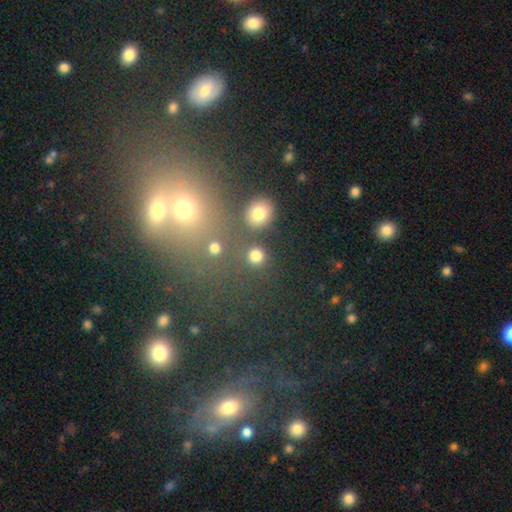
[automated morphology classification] Smooth or featured: smooth — 81% (star or artifact — 15%)
How rounded: round — 92% (in between — 7%)
Merging: none — 83% (minor disturbance — 7%)